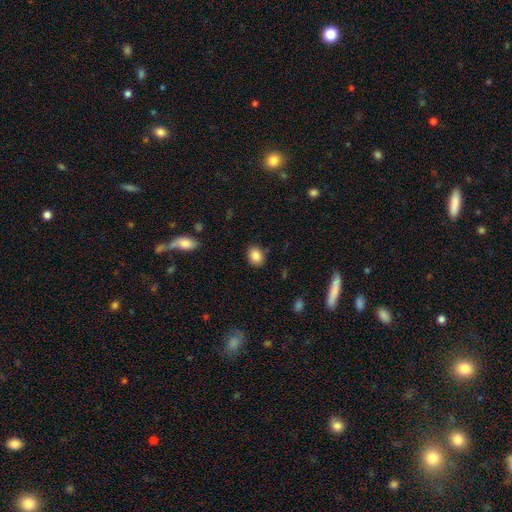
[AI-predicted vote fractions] Q: Smooth or featured?
A: smooth (86%); runner-up: star or artifact (9%)
Q: How rounded?
A: round (54%); runner-up: in between (45%)
Q: Merging?
A: none (86%); runner-up: minor disturbance (10%)